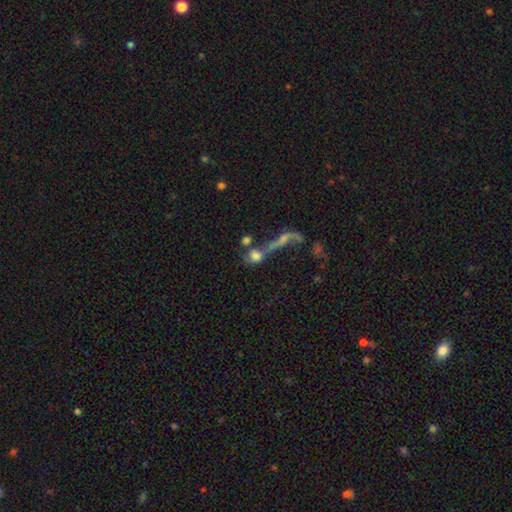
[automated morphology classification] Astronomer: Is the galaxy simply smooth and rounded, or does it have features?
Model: smooth — 61%.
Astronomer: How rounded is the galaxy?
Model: round — 56% (runner-up: in between, 34%).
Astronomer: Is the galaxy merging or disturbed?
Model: merger — 56%.